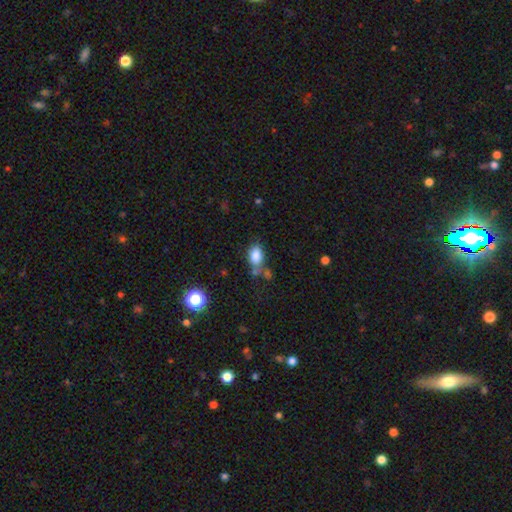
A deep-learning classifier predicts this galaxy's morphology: Smooth or featured? smooth (83%)
How rounded? in between (87%)
Merging? none (55%)